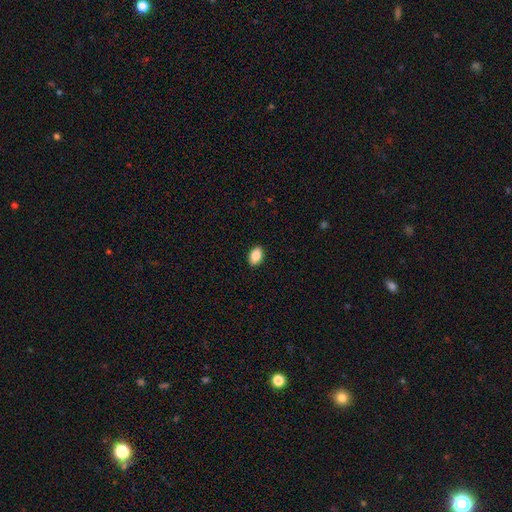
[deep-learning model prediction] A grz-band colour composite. It shows a smooth galaxy with no disk features (86%) that is in between round and cigar-shaped (88%). Merging: none (90%).